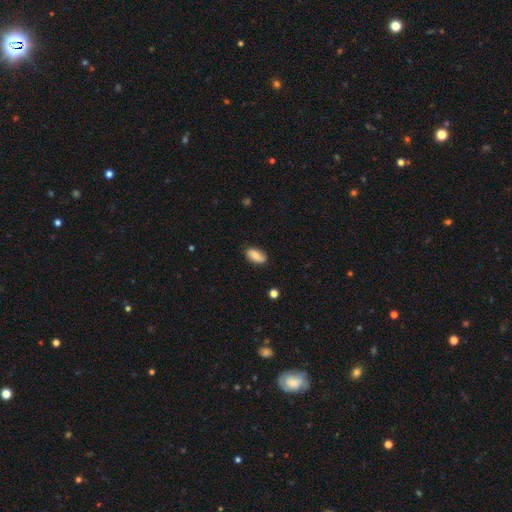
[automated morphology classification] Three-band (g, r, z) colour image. It shows a smooth galaxy with no disk features (71%) that is in between round and cigar-shaped (92%). Merging: none (84%).